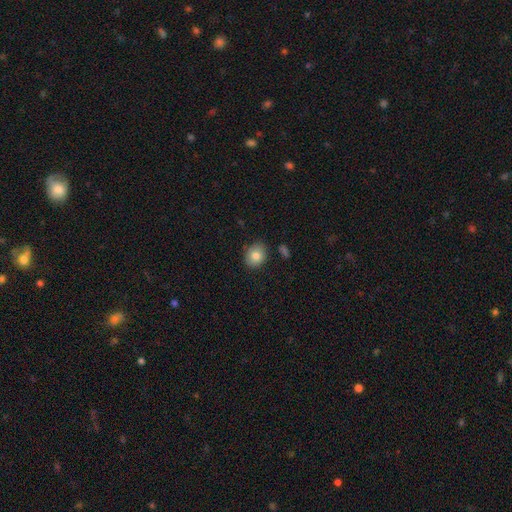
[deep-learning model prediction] Morphology: type=smooth (81%); roundness=round (54%); merging=none (82%).